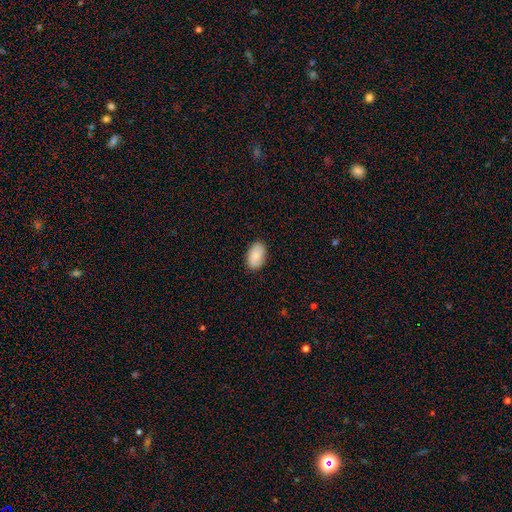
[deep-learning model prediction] A smooth galaxy with no disk features (87%) that is in between round and cigar-shaped (93%).

Vote fractions:
- Smooth or featured? smooth: 87% / featured or disk: 7% / star or artifact: 6%
- How rounded? in between: 93% / round: 6% / cigar-shaped: 1%
- Merging? none: 86% / minor disturbance: 11% / major disturbance: 2% / merger: 1%